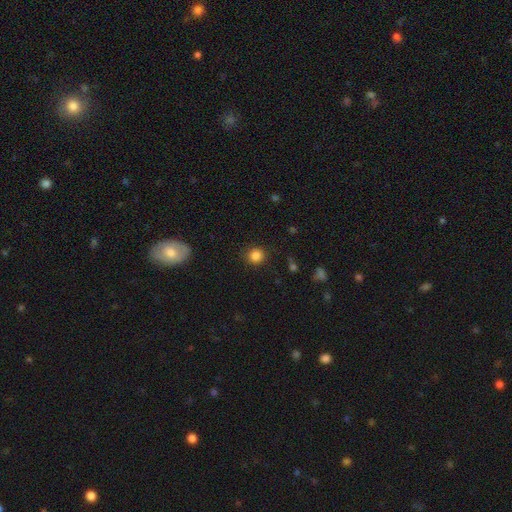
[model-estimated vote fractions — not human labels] A smooth galaxy with no disk features (85%) that is round (91%).

Vote fractions:
- Smooth or featured? smooth: 85% / star or artifact: 11% / featured or disk: 4%
- How rounded? round: 91% / in between: 8% / cigar-shaped: 1%
- Merging? none: 88% / minor disturbance: 8% / major disturbance: 3% / merger: 1%